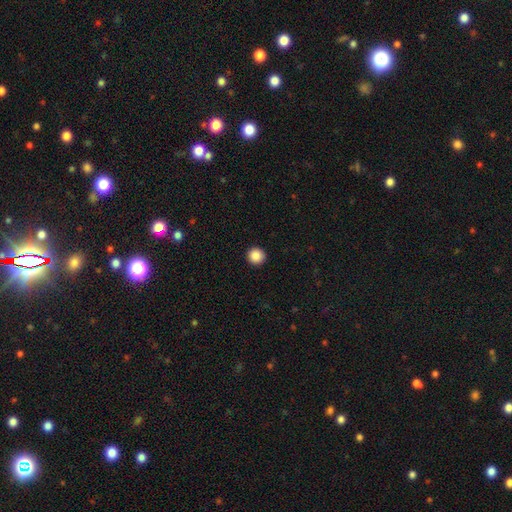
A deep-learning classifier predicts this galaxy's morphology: Smooth or featured: smooth — 88% (star or artifact — 9%)
How rounded: round — 95% (in between — 4%)
Merging: none — 93% (minor disturbance — 4%)